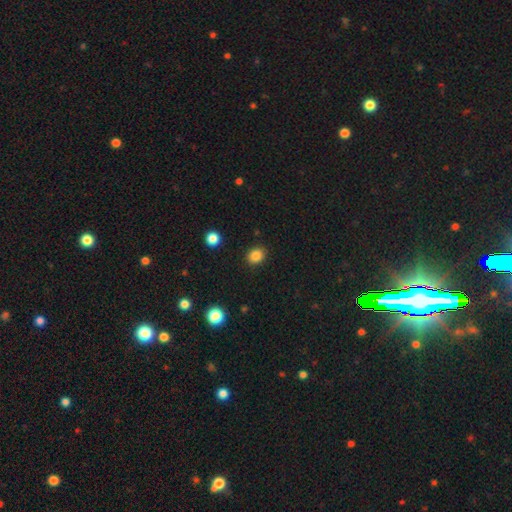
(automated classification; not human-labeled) A smooth galaxy with no disk features (85%) that is round (64%).

Vote fractions:
- Smooth or featured? smooth: 85% / star or artifact: 11% / featured or disk: 4%
- How rounded? round: 64% / in between: 35% / cigar-shaped: 1%
- Merging? none: 90% / minor disturbance: 7% / major disturbance: 2% / merger: 1%